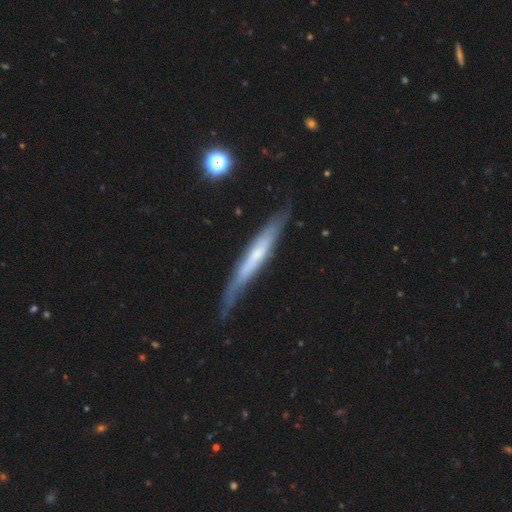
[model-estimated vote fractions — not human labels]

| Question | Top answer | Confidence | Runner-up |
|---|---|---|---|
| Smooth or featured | featured or disk | 59% | smooth (35%) |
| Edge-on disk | yes | 85% | no (15%) |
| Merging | none | 71% | minor disturbance (21%) |